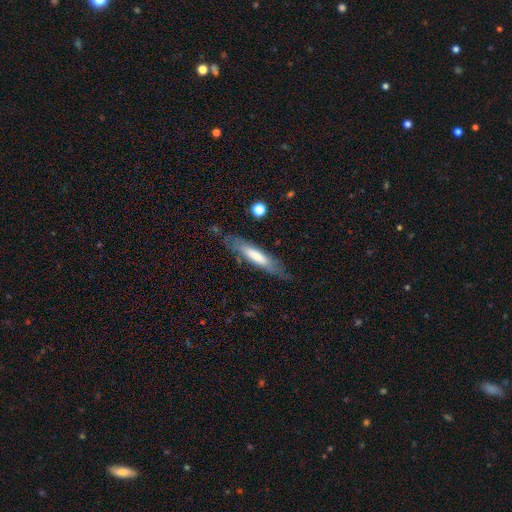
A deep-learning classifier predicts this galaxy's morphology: smooth-or-featured: smooth: 53% | featured or disk: 40% | star or artifact: 7%
  how-rounded: cigar-shaped: 80% | in between: 18% | round: 1%
  merging: none: 76% | minor disturbance: 17% | major disturbance: 5% | merger: 2%